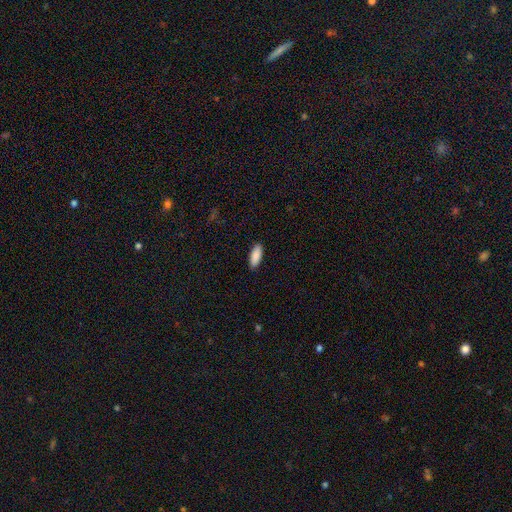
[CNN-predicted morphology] type=smooth (90%); roundness=in between (72%); merging=none (90%).